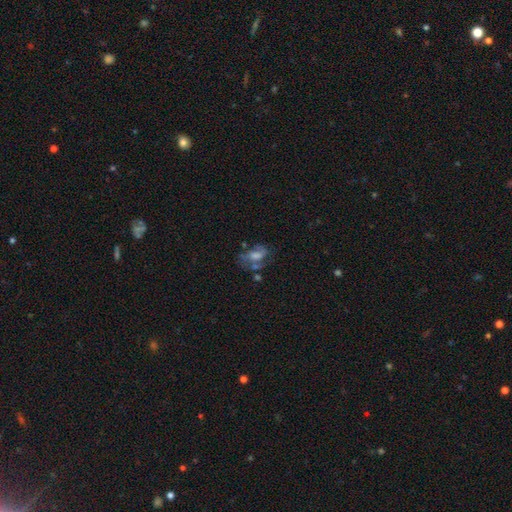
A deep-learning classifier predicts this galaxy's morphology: Q: Smooth or featured?
A: featured or disk (58%); runner-up: smooth (26%)
Q: Edge-on disk?
A: no (95%); runner-up: yes (5%)
Q: Bar?
A: no (51%); runner-up: weak (37%)
Q: Spiral arms?
A: yes (69%); runner-up: no (31%)
Q: Bulge size?
A: moderate (41%); runner-up: small (23%)
Q: Merging?
A: none (45%); runner-up: major disturbance (23%)